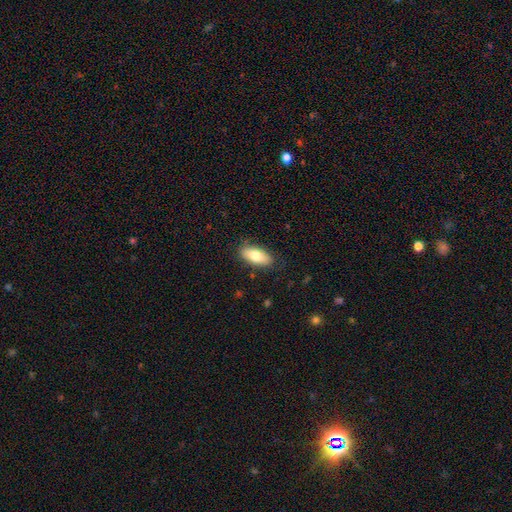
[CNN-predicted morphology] Smooth or featured? Predicted: smooth (p=0.76). How rounded? Predicted: in between (p=0.87). Merging? Predicted: none (p=0.84).